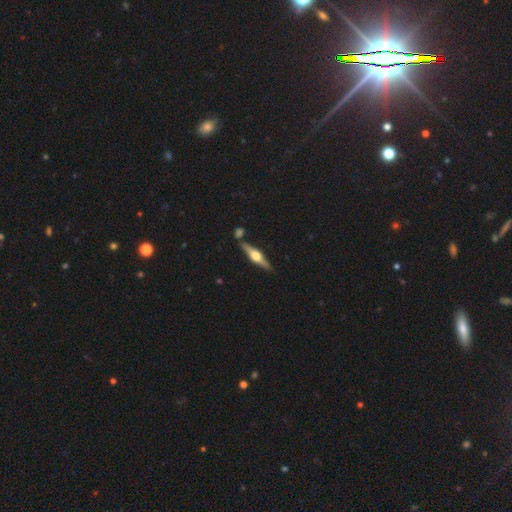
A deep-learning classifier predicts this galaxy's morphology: Smooth or featured? Predicted: featured or disk (p=0.74). Edge-on disk? Predicted: yes (p=0.97). Edge-on bulge? Predicted: rounded (p=0.92). Merging? Predicted: none (p=0.82).